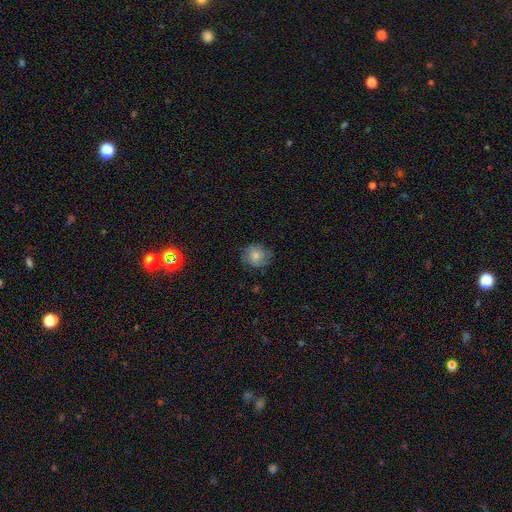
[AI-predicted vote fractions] smooth_or_featured: smooth (p=0.70) [alt: featured or disk p=0.20]
how_rounded: round (p=0.77) [alt: in between p=0.22]
merging: none (p=0.72) [alt: minor disturbance p=0.20]